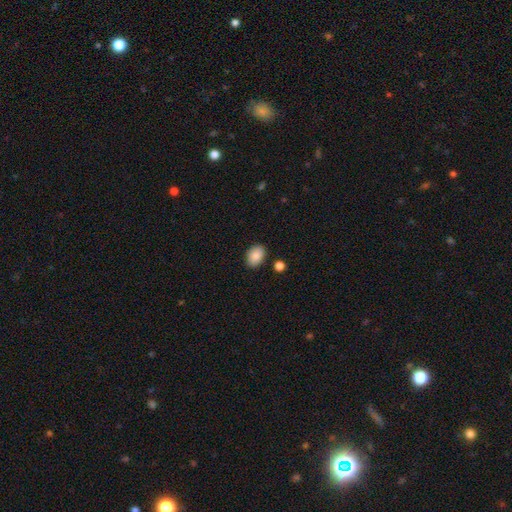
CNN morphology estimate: This appears to be a smooth galaxy with no disk features (88%) that is in between round and cigar-shaped (79%). Merging: none (86%).